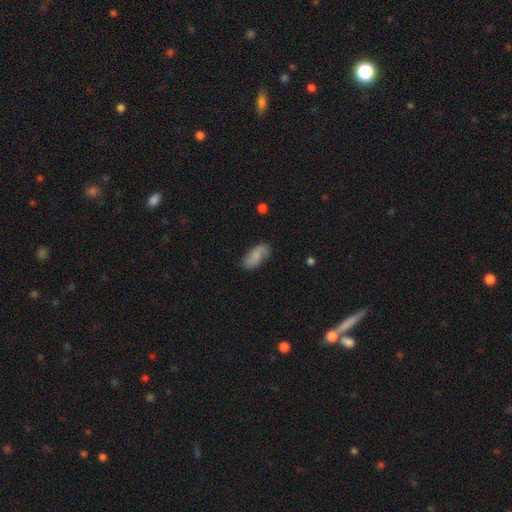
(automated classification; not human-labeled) Smooth or featured?
  - smooth: 67% *
  - featured or disk: 26%
  - star or artifact: 7%
How rounded?
  - in between: 89% *
  - cigar-shaped: 9%
  - round: 3%
Merging?
  - none: 73% *
  - minor disturbance: 20%
  - major disturbance: 5%
  - merger: 2%